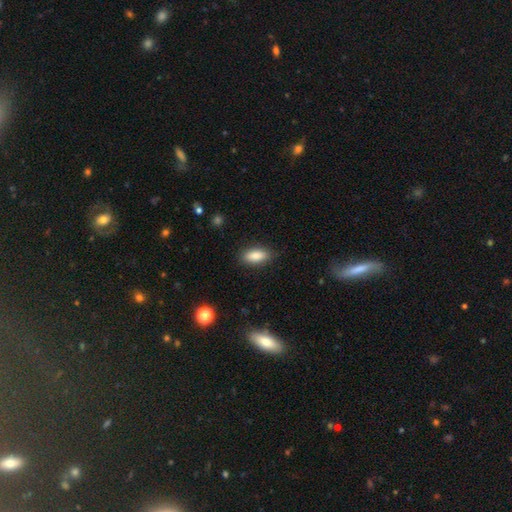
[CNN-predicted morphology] smooth 86%, star or artifact 7%, featured or disk 7%. Down the decision tree: how rounded — in between (83%); merging — none (85%).